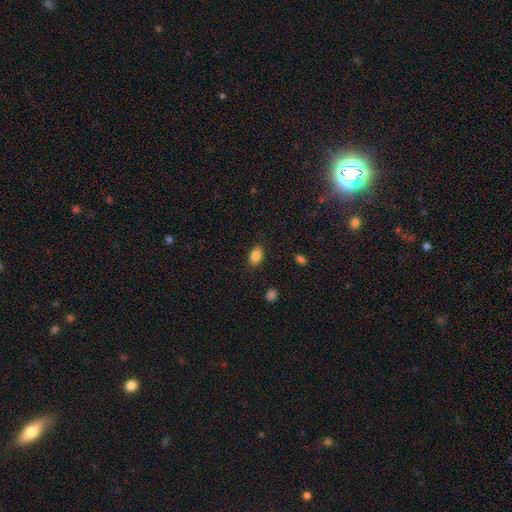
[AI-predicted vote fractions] Morphology: type=smooth (86%); roundness=in between (90%); merging=none (86%).